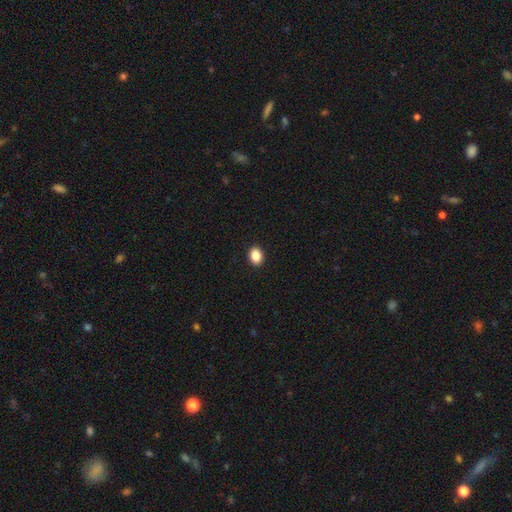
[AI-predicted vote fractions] Overall: smooth (88%). How rounded: in between (65%; round 34%). Merging: none (92%).